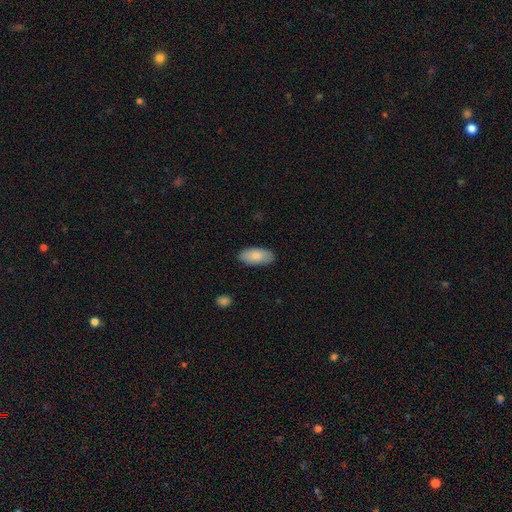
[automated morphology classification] The model was most divided on "smooth or featured": smooth: 85%, featured or disk: 9%, star or artifact: 6%. More confident: how rounded — in between (93%); merging — none (87%).